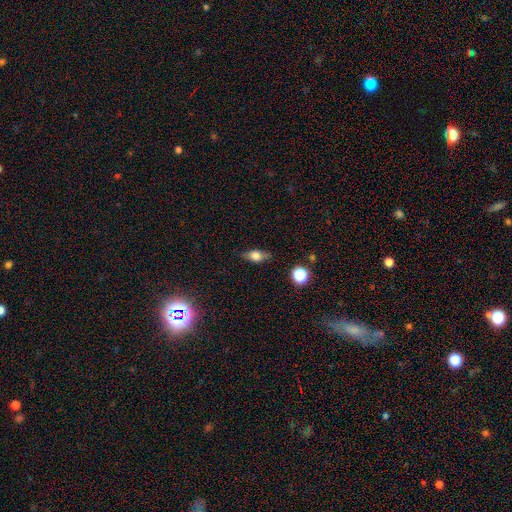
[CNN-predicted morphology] Smooth or featured? smooth (64%)
How rounded? in between (71%)
Merging? none (79%)